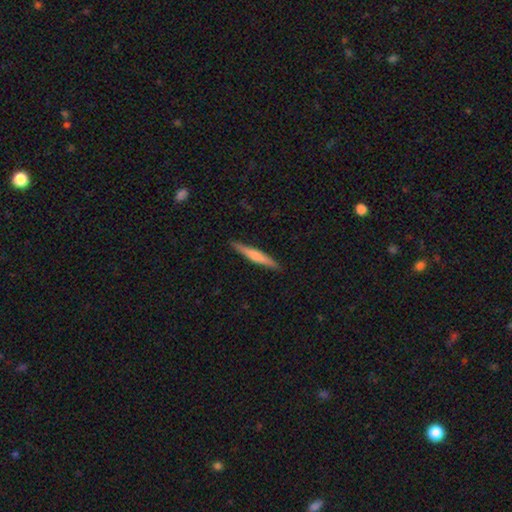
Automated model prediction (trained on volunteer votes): A smooth galaxy with no disk features (54%) that is cigar-shaped (94%). Merging: none (91%).